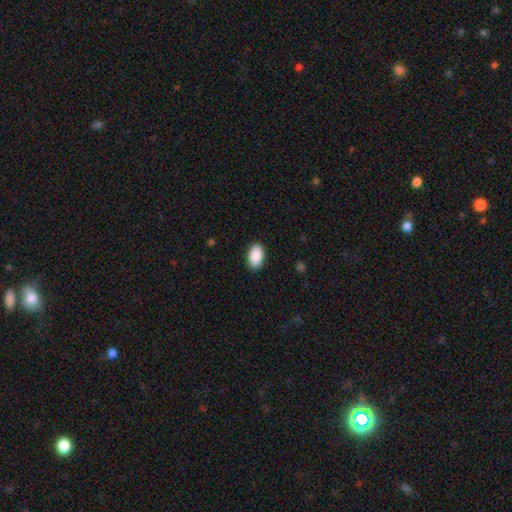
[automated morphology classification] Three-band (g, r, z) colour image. It shows a smooth galaxy with no disk features (90%) that is in between round and cigar-shaped (94%). Merging: none (90%).